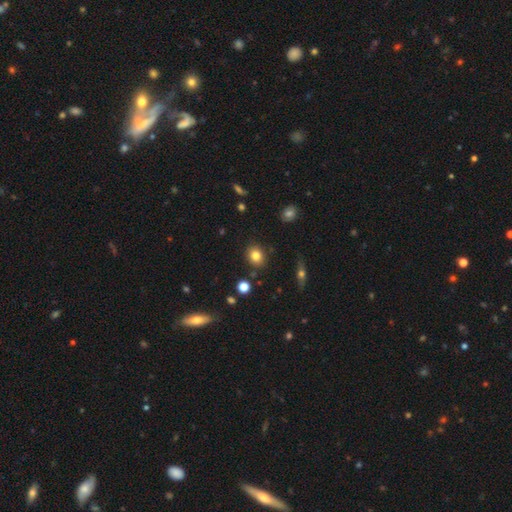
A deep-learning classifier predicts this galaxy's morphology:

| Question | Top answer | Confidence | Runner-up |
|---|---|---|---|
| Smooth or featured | smooth | 82% | star or artifact (11%) |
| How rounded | round | 66% | in between (32%) |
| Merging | none | 86% | minor disturbance (9%) |